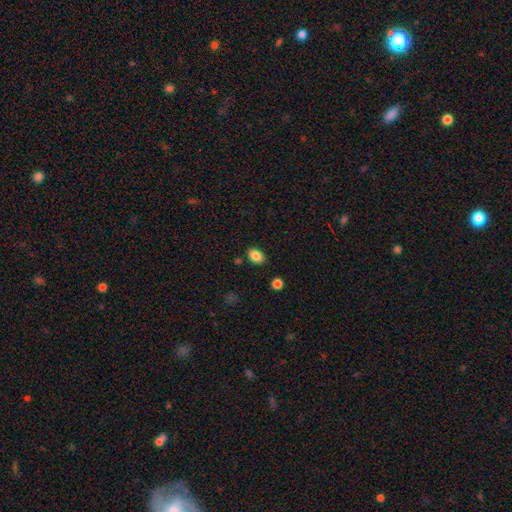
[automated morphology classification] A smooth galaxy with no disk features (85%) that is in between round and cigar-shaped (81%). Merging: none (84%).